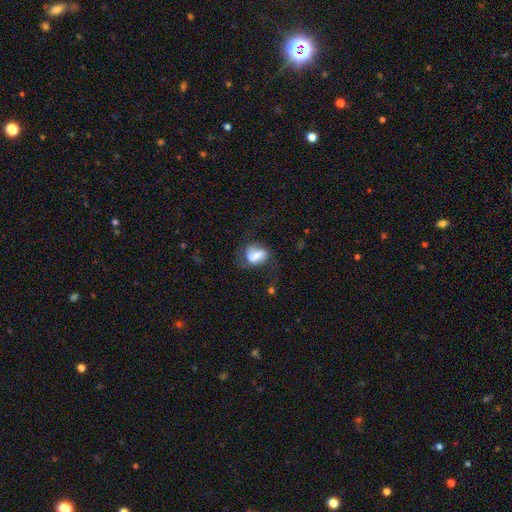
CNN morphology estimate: The model was most divided on "merging": none: 44%, major disturbance: 28%, minor disturbance: 25%, merger: 3%. More confident: how rounded — in between (68%); smooth or featured — smooth (55%).